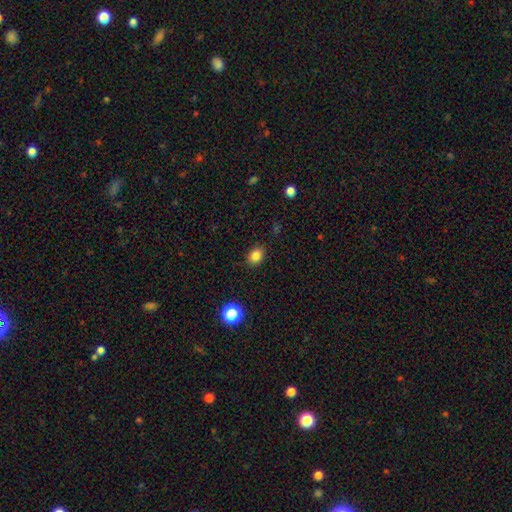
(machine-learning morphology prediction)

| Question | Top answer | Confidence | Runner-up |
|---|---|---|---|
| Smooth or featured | smooth | 83% | star or artifact (12%) |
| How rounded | in between | 62% | round (37%) |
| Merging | none | 85% | minor disturbance (11%) |